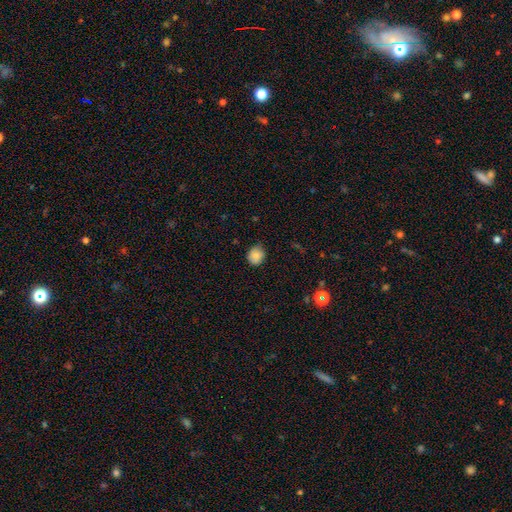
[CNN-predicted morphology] smooth 84%, star or artifact 9%, featured or disk 7%. Down the decision tree: how rounded — round (74%); merging — none (76%).